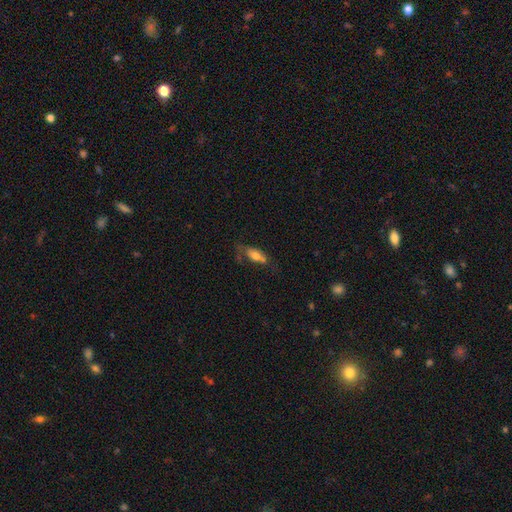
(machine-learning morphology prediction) This is likely a smooth galaxy (62%). How rounded: likely in between (74%). Merging: possibly none (47%).